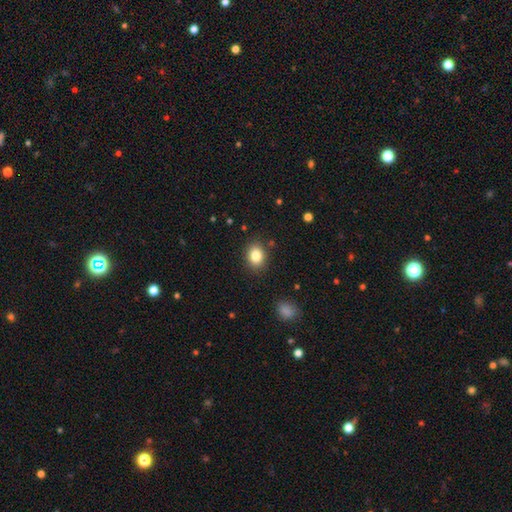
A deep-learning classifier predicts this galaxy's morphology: Smooth or featured: smooth — 84% (star or artifact — 10%)
How rounded: round — 51% (in between — 48%)
Merging: none — 87% (minor disturbance — 9%)